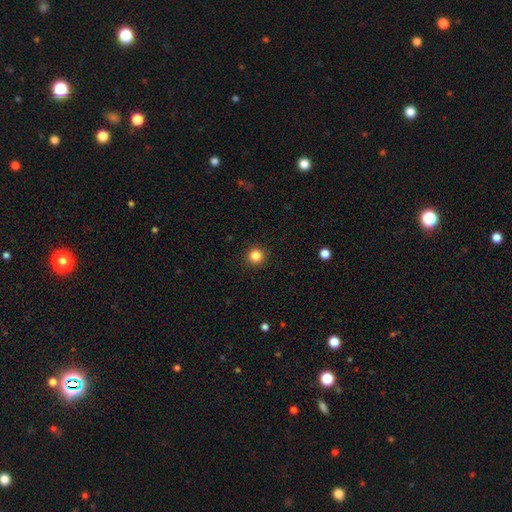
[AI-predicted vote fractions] Morphology: type=smooth (84%); roundness=round (95%); merging=none (93%).